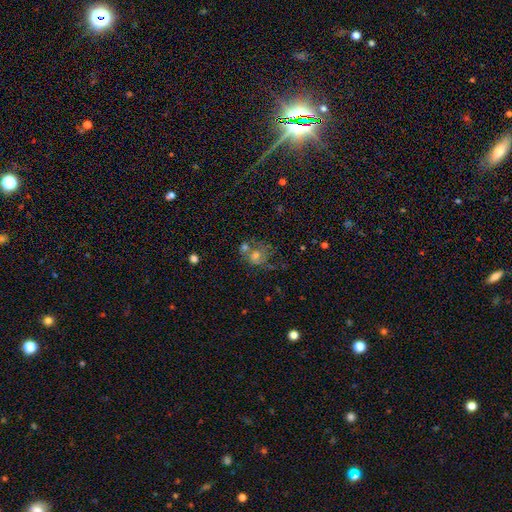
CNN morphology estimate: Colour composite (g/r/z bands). It shows a smooth galaxy with no disk features (42%). Merging: none (40%).